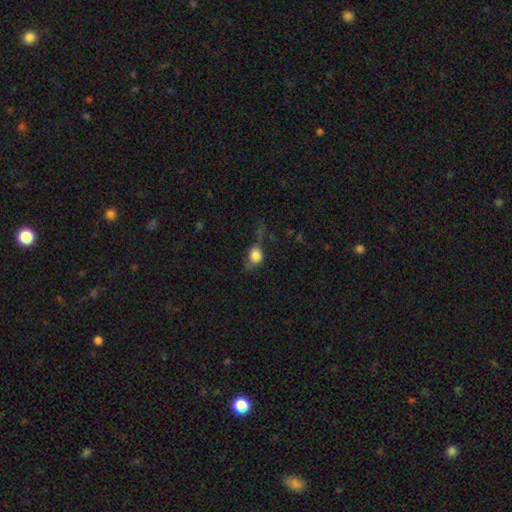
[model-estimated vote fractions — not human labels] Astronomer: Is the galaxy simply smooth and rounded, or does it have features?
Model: smooth — 74%.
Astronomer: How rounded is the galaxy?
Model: round — 53% (runner-up: in between, 44%).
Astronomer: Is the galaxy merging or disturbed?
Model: major disturbance — 34% (runner-up: none, 32%).